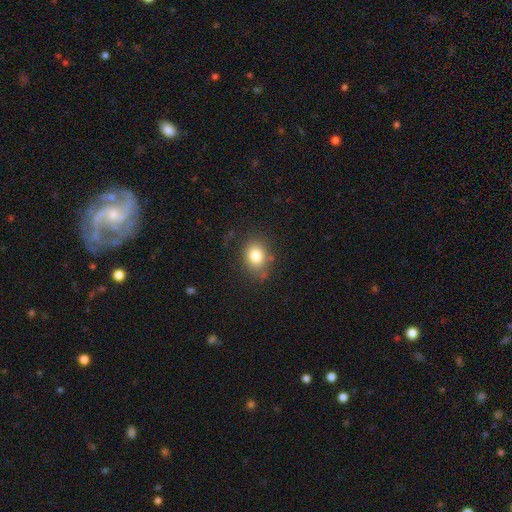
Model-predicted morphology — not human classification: smooth-or-featured: smooth: 80% | star or artifact: 11% | featured or disk: 9%
  how-rounded: in between: 51% | round: 48% | cigar-shaped: 1%
  merging: none: 76% | minor disturbance: 16% | major disturbance: 5% | merger: 2%